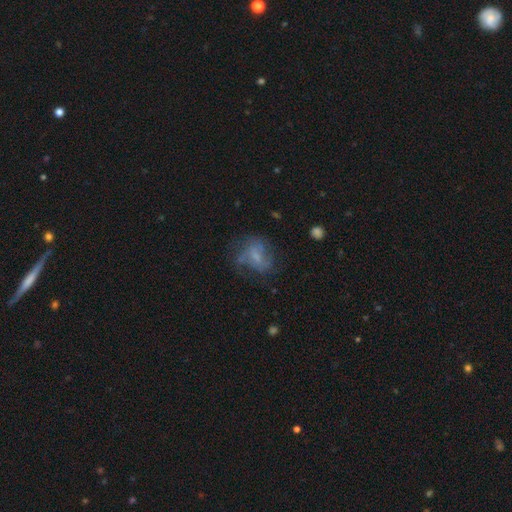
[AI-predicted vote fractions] Overall: featured or disk (51%; smooth 37%). Edge-on disk: no (97%). Merging: none (47%; major disturbance 26%).